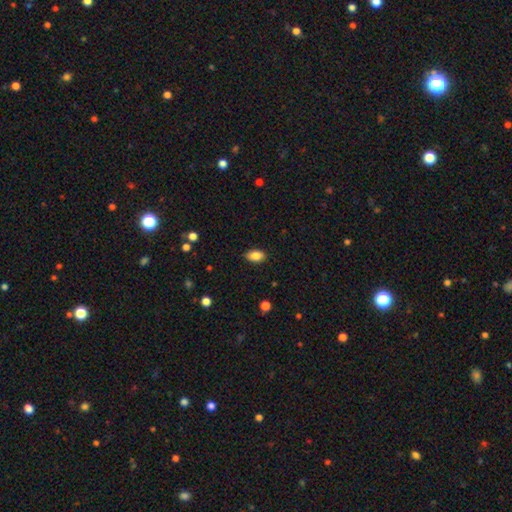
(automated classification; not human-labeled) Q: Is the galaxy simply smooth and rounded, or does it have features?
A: smooth — 85%.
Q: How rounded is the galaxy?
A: in between — 90%.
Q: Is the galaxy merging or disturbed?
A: none — 87%.